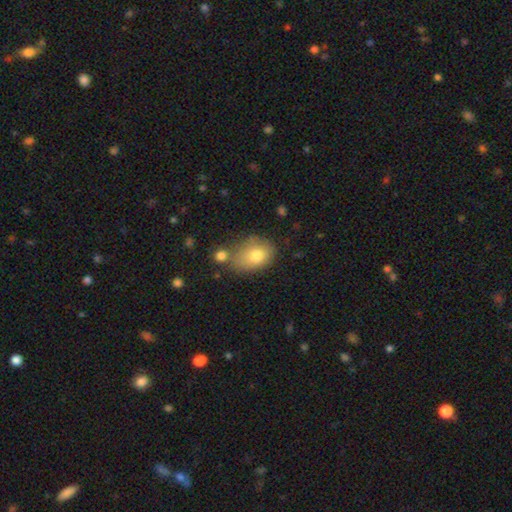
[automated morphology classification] smooth-or-featured: smooth: 78% | featured or disk: 14% | star or artifact: 9%
  how-rounded: in between: 75% | round: 24% | cigar-shaped: 1%
  merging: none: 53% | minor disturbance: 23% | merger: 15% | major disturbance: 8%